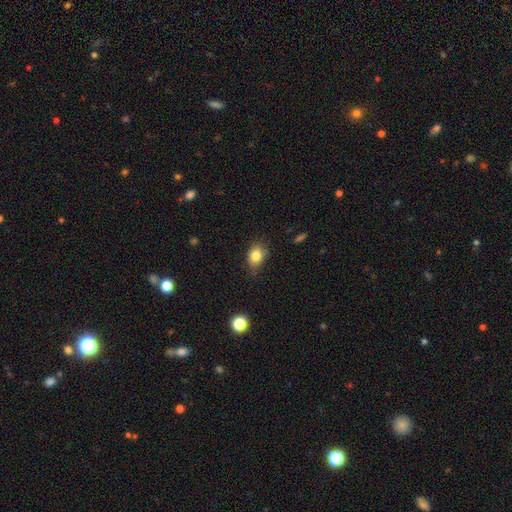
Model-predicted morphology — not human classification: This is clearly a smooth galaxy (82%). How rounded: likely in between (61%). Merging: likely none (69%).